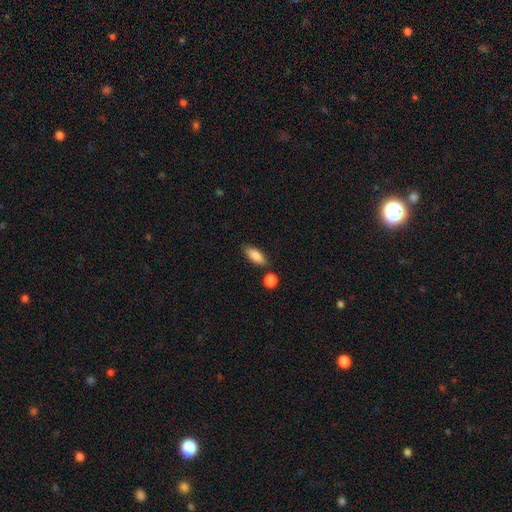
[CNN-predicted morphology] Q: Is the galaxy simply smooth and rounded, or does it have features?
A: smooth — 86%.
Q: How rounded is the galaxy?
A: in between — 77%.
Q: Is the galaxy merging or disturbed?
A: none — 78%.